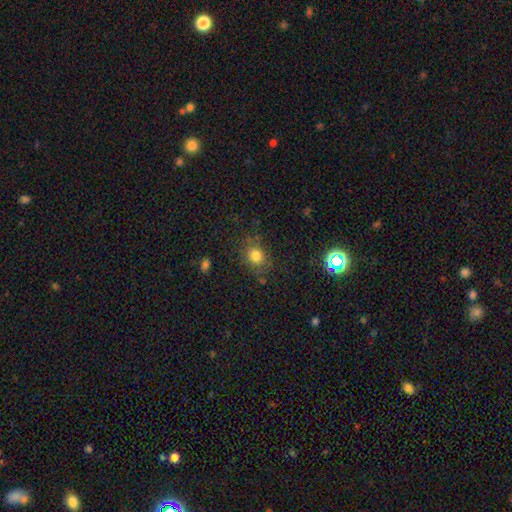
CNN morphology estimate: The model was most divided on "how rounded": round: 72%, in between: 27%, cigar-shaped: 1%. More confident: smooth or featured — smooth (78%); merging — none (77%).